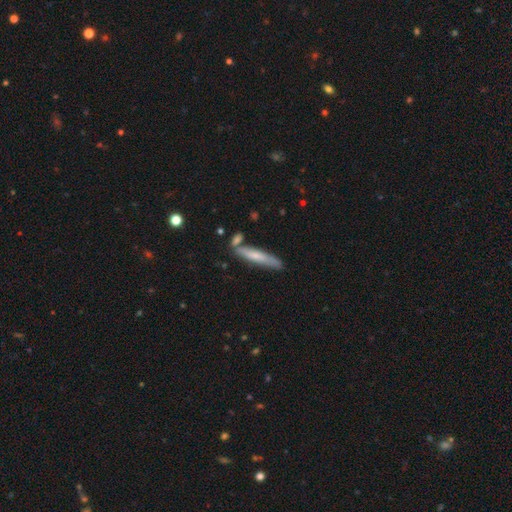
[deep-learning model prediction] A smooth galaxy with no disk features (60%) that is cigar-shaped (88%).

Vote fractions:
- Smooth or featured? smooth: 60% / featured or disk: 34% / star or artifact: 6%
- How rounded? cigar-shaped: 88% / in between: 10% / round: 2%
- Merging? none: 69% / minor disturbance: 17% / merger: 10% / major disturbance: 4%